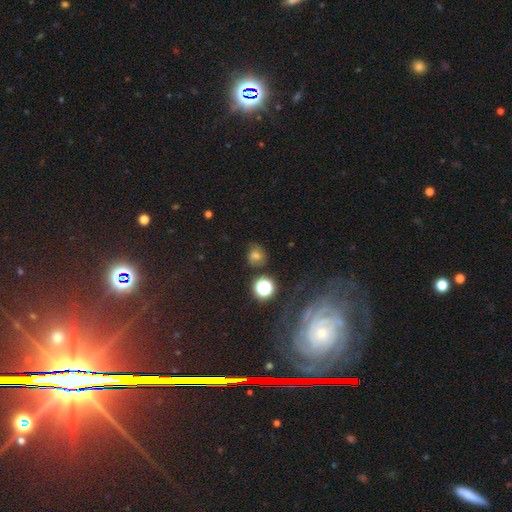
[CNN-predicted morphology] type=smooth (50%); merging=none (77%).